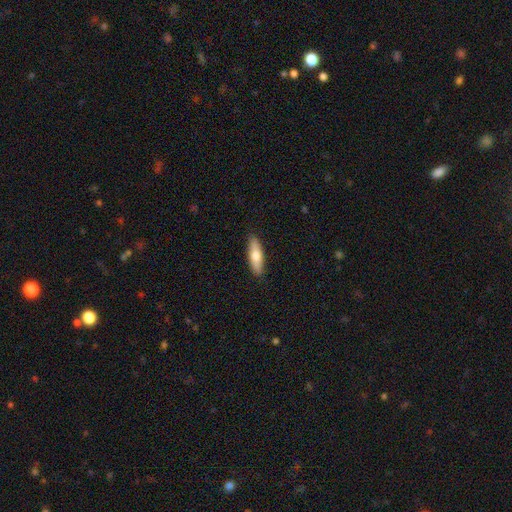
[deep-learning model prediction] This is likely a smooth galaxy (70%). How rounded: possibly cigar-shaped (55%). Merging: clearly none (87%).